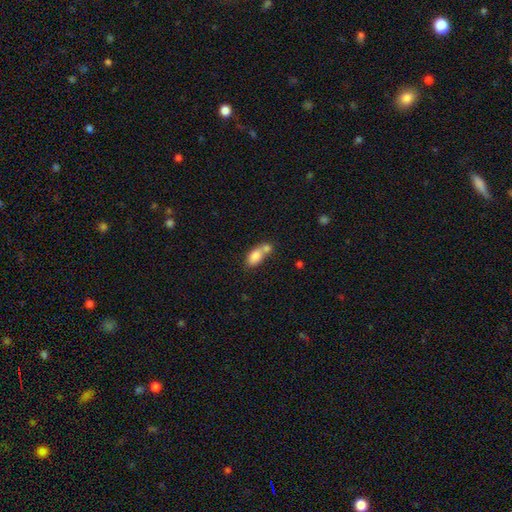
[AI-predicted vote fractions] The model was most divided on "merging": merger: 59%, none: 26%, minor disturbance: 10%, major disturbance: 5%. More confident: how rounded — in between (86%); smooth or featured — smooth (79%).